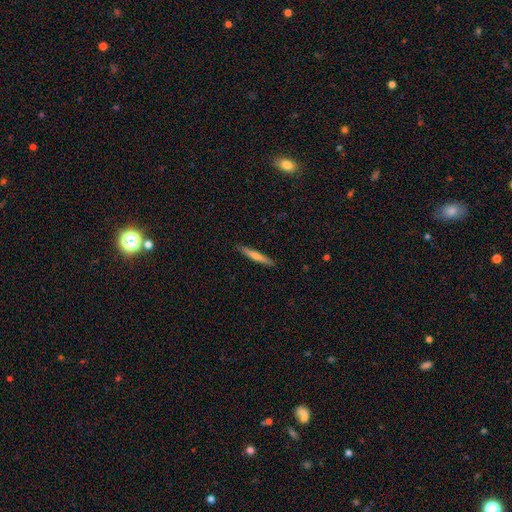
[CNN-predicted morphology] smooth_or_featured: smooth (p=0.52) [alt: featured or disk p=0.42]
how_rounded: cigar-shaped (p=0.95) [alt: in between p=0.04]
merging: none (p=0.91) [alt: minor disturbance p=0.07]